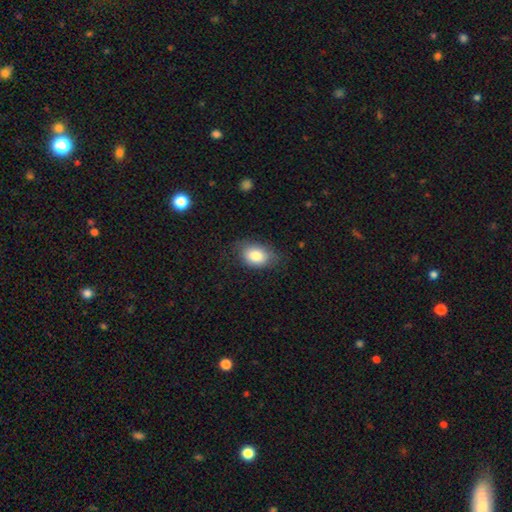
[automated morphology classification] Q: Smooth or featured?
A: smooth (83%); runner-up: featured or disk (10%)
Q: How rounded?
A: in between (84%); runner-up: round (15%)
Q: Merging?
A: none (70%); runner-up: minor disturbance (22%)